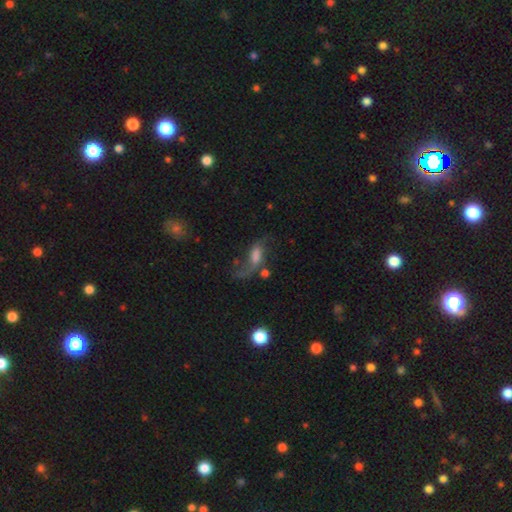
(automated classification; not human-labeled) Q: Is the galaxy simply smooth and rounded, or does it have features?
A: featured or disk — 57%.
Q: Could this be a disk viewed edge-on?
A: no — 89%.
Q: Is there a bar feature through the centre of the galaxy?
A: no — 48%.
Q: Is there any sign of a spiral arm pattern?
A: yes — 81%.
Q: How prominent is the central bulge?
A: moderate — 34%.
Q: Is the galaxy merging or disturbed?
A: none — 39%.